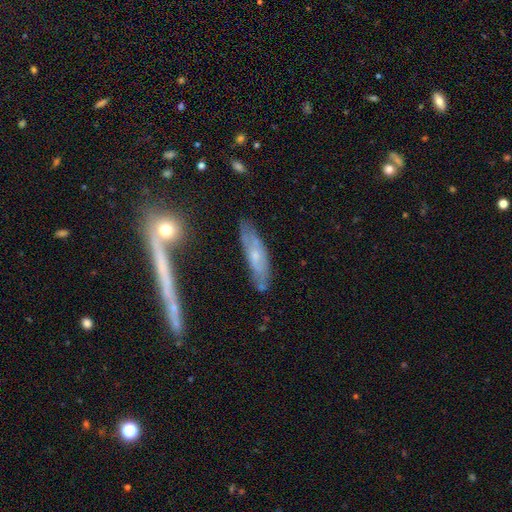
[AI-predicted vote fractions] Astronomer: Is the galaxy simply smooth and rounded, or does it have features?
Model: featured or disk — 51% (runner-up: smooth, 42%).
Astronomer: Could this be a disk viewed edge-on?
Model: no — 60% (runner-up: yes, 40%).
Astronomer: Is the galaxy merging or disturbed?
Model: none — 69%.